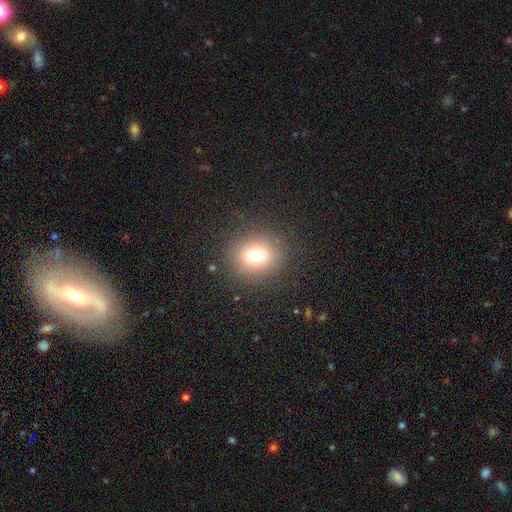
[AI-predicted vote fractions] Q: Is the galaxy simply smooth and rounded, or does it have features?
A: smooth — 74%.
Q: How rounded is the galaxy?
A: round — 80%.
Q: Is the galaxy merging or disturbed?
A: none — 86%.